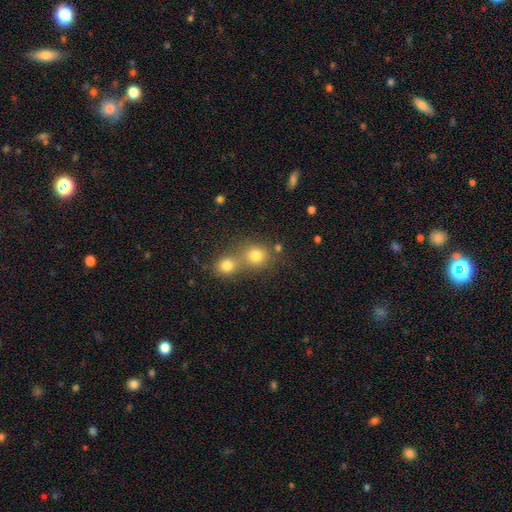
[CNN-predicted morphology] Q: Smooth or featured?
A: smooth (77%); runner-up: star or artifact (15%)
Q: How rounded?
A: round (83%); runner-up: in between (16%)
Q: Merging?
A: merger (48%); runner-up: none (43%)